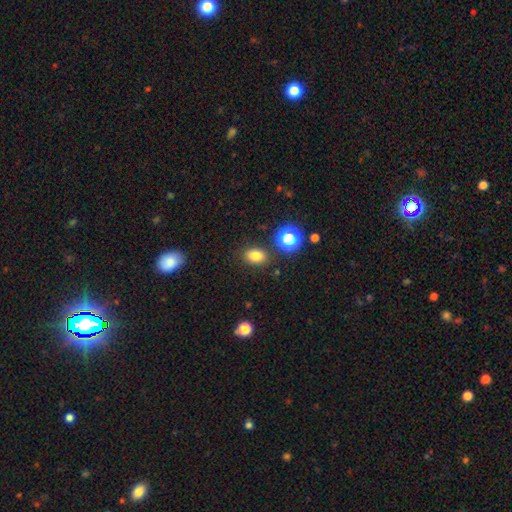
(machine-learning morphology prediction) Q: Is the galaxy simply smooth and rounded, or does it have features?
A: smooth — 79%.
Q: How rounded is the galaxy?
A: in between — 73%.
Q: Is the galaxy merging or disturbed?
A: none — 83%.